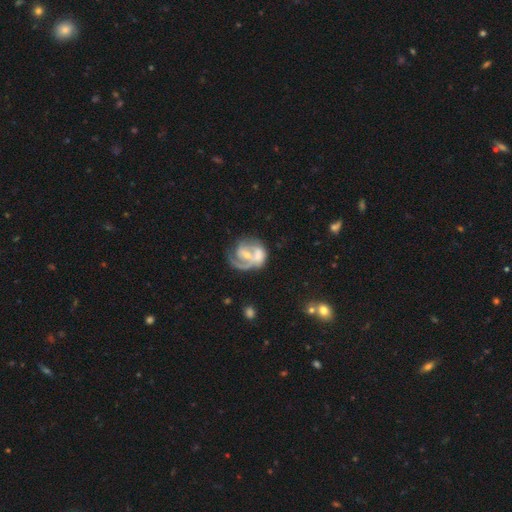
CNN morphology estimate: Smooth or featured: featured or disk — 75% (smooth — 19%)
Edge-on disk: no — 98% (yes — 2%)
Bar: no — 51% (weak — 36%)
Spiral arms: yes — 83% (no — 17%)
Spiral winding: tight — 42% (medium — 39%)
Spiral arm count: 1 — 44% (2 — 35%)
Bulge size: small — 45% (moderate — 40%)
Merging: merger — 33% (none — 32%)